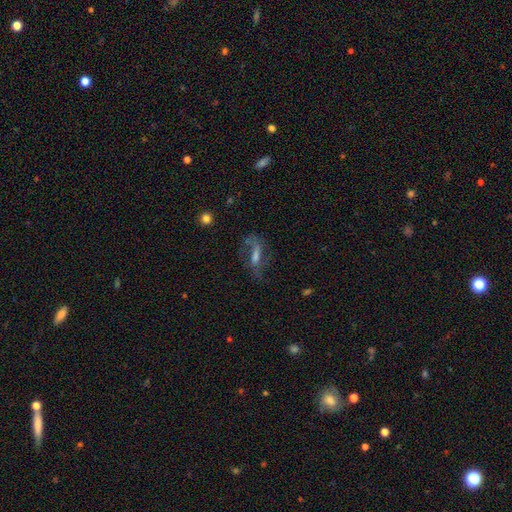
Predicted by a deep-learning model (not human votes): Smooth or featured? featured or disk (61%)
Edge-on disk? no (80%)
Merging? none (54%)